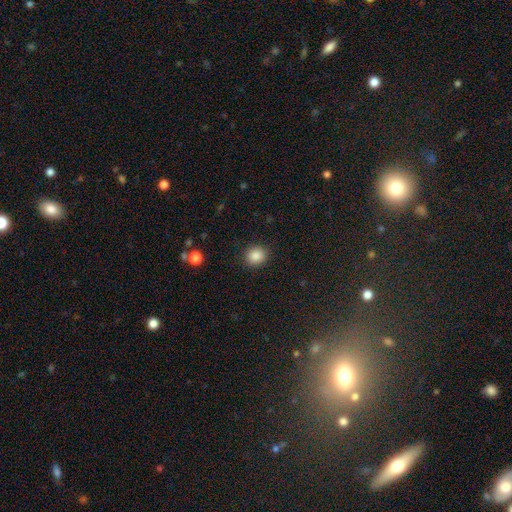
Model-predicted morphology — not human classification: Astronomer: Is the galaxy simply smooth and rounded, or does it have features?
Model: smooth — 87%.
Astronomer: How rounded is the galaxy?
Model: round — 79%.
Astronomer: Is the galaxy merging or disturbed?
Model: none — 90%.